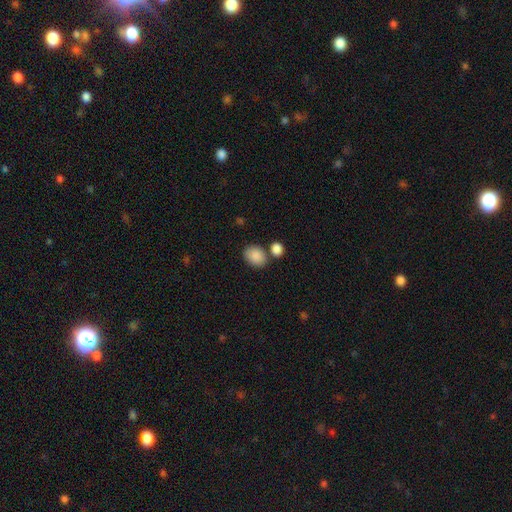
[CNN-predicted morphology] Overall: smooth (88%). How rounded: in between (65%; round 34%). Merging: none (67%).